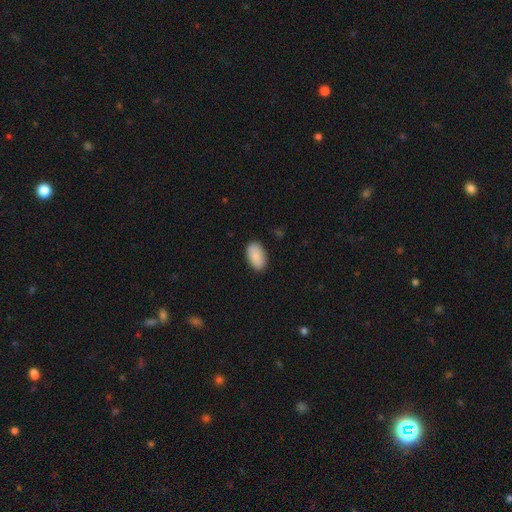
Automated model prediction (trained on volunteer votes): smooth 90%, star or artifact 6%, featured or disk 4%. Down the decision tree: how rounded — in between (95%); merging — none (88%).